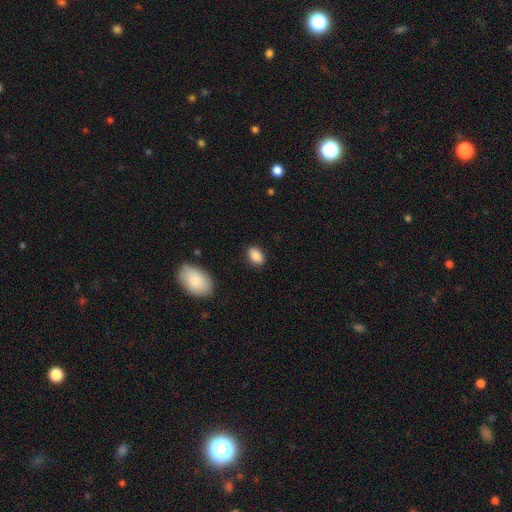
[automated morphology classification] Smooth or featured?
  - smooth: 88% *
  - star or artifact: 8%
  - featured or disk: 4%
How rounded?
  - in between: 85% *
  - round: 14%
  - cigar-shaped: 1%
Merging?
  - none: 85% *
  - minor disturbance: 11%
  - major disturbance: 3%
  - merger: 1%